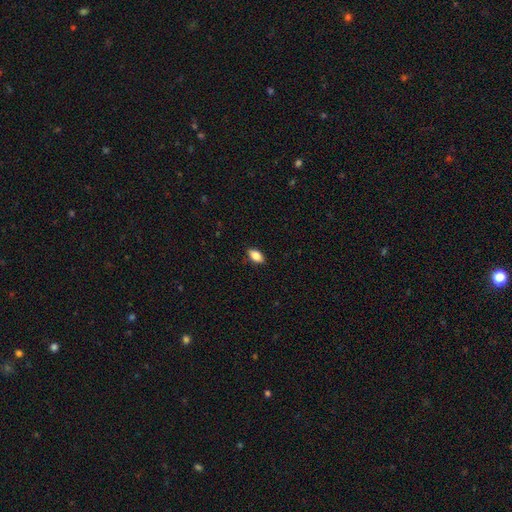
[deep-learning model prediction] Smooth or featured? smooth (83%)
How rounded? in between (89%)
Merging? none (86%)